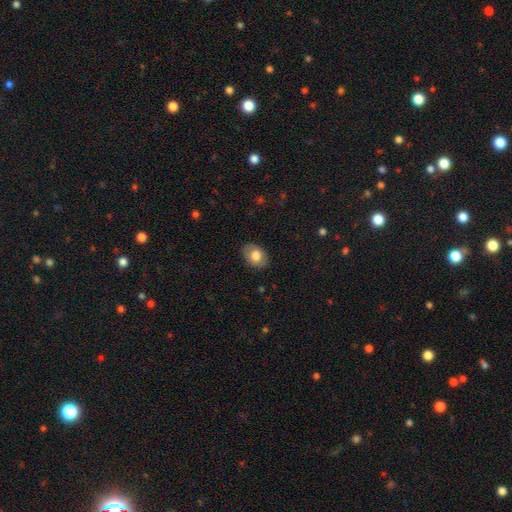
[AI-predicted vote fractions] Smooth or featured?
  - smooth: 78% *
  - featured or disk: 15%
  - star or artifact: 7%
How rounded?
  - in between: 79% *
  - round: 20%
  - cigar-shaped: 1%
Merging?
  - none: 85% *
  - minor disturbance: 12%
  - major disturbance: 3%
  - merger: 1%